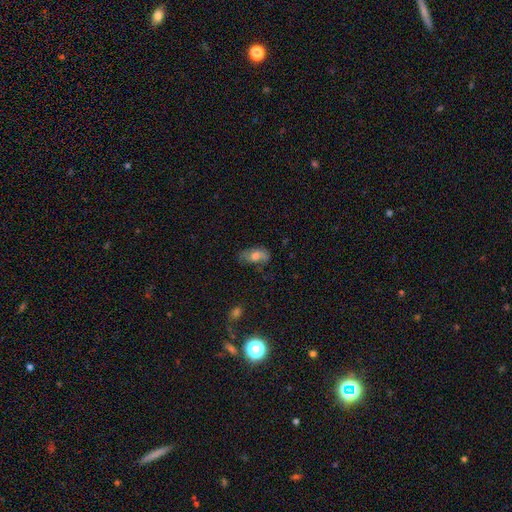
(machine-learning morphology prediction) Smooth or featured? Predicted: smooth (p=0.60). How rounded? Predicted: in between (p=0.89). Merging? Predicted: none (p=0.63).